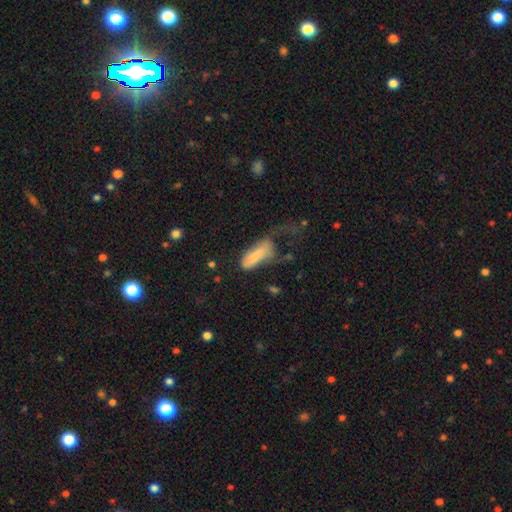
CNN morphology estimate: Smooth or featured? smooth (73%)
How rounded? in between (69%)
Merging? major disturbance (43%)